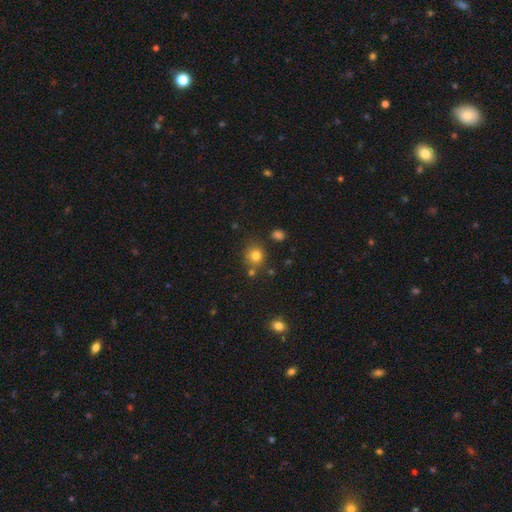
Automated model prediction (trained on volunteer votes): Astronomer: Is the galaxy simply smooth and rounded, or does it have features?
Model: smooth — 79%.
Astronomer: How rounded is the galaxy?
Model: round — 82%.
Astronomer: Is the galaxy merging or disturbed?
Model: none — 74%.